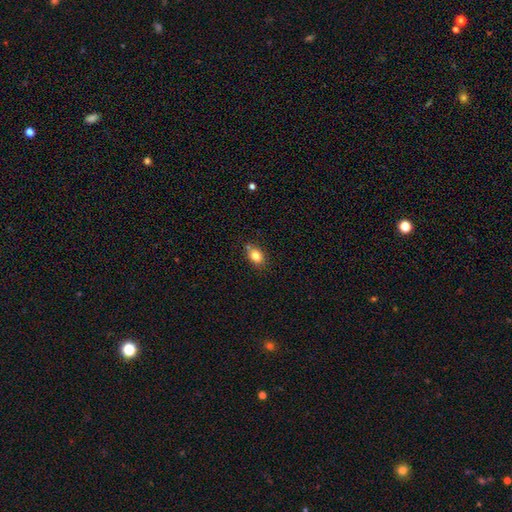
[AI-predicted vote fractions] Smooth or featured: smooth — 81% (star or artifact — 10%)
How rounded: in between — 65% (round — 33%)
Merging: none — 74% (minor disturbance — 16%)